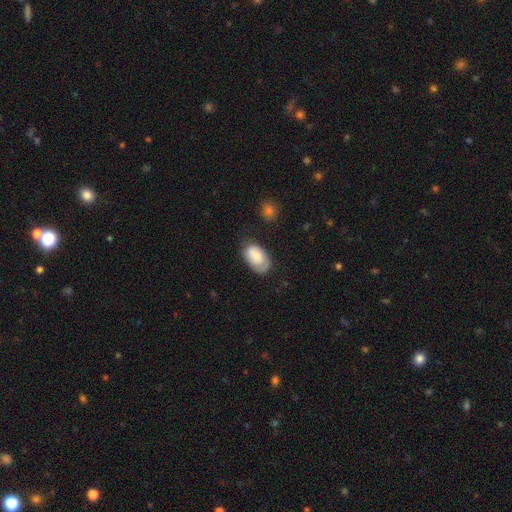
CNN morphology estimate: The model was most divided on "merging": none: 63%, minor disturbance: 25%, major disturbance: 8%, merger: 3%. More confident: how rounded — in between (93%); smooth or featured — smooth (71%).